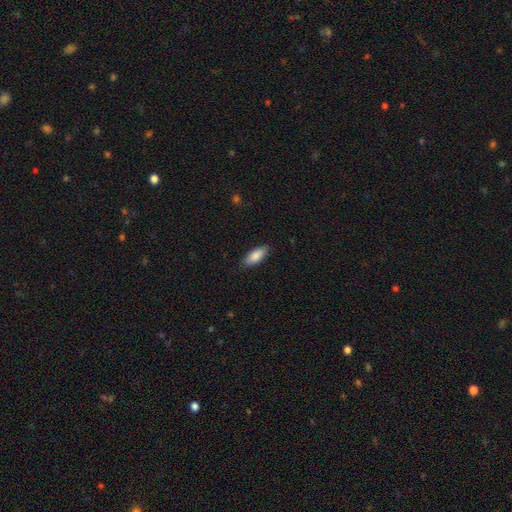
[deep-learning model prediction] The model was most divided on "how rounded": in between: 80%, cigar-shaped: 18%, round: 2%. More confident: smooth or featured — smooth (86%); merging — none (84%).